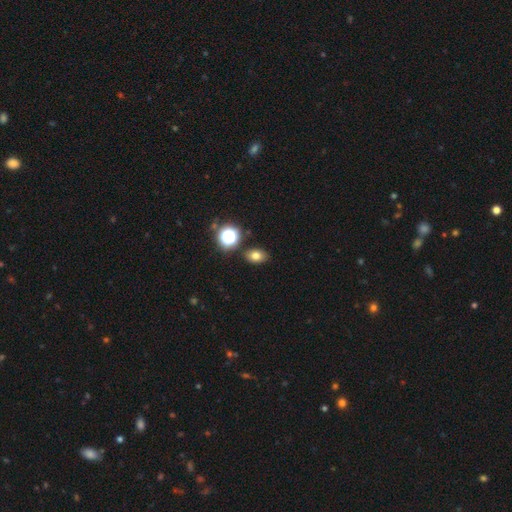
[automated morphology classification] Smooth or featured? smooth (73%)
How rounded? in between (74%)
Merging? none (84%)